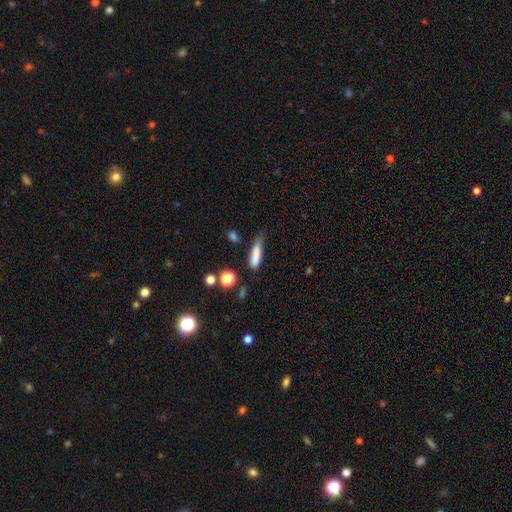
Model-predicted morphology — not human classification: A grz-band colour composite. It shows a smooth galaxy with no disk features (81%) that is cigar-shaped (67%). Merging: none (50%).